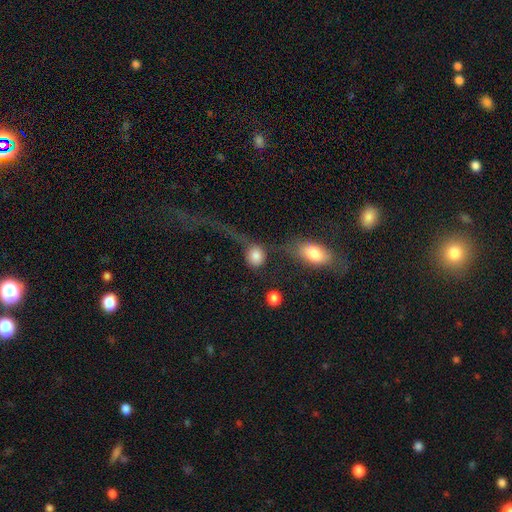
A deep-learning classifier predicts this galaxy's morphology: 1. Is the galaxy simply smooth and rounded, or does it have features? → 81% smooth, 10% featured or disk, 9% star or artifact.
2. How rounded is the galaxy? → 77% round, 20% in between, 3% cigar-shaped.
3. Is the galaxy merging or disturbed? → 43% none, 22% major disturbance, 21% merger, 15% minor disturbance.